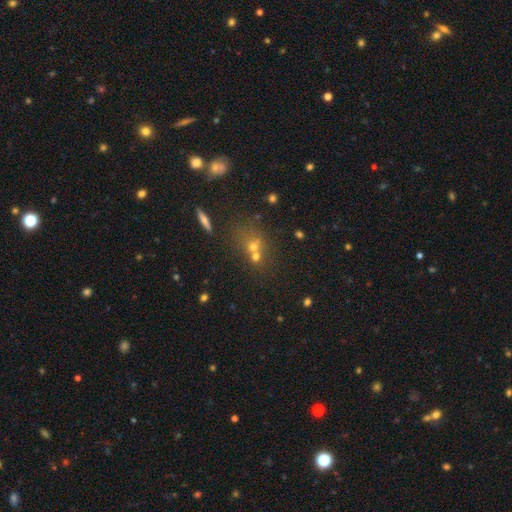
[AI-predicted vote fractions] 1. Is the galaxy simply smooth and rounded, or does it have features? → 46% smooth, 42% star or artifact, 12% featured or disk.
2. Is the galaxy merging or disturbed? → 54% none, 28% merger, 11% minor disturbance, 7% major disturbance.